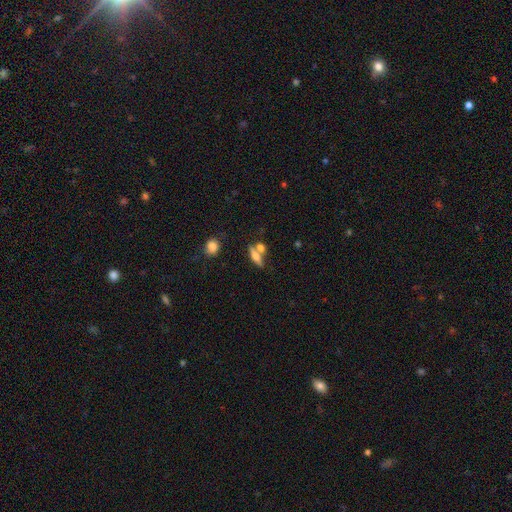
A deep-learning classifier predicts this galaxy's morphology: A smooth galaxy with no disk features (52%) that is cigar-shaped (51%). Merging: none (53%).